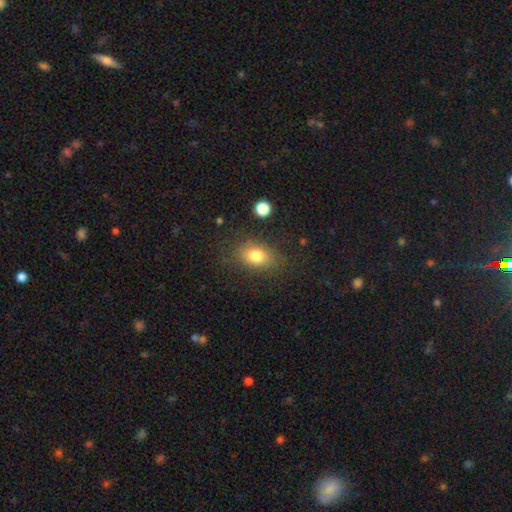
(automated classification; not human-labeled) A smooth galaxy with no disk features (79%) that is in between round and cigar-shaped (78%).

Vote fractions:
- Smooth or featured? smooth: 79% / featured or disk: 11% / star or artifact: 10%
- How rounded? in between: 78% / round: 20% / cigar-shaped: 2%
- Merging? none: 80% / minor disturbance: 13% / major disturbance: 5% / merger: 2%